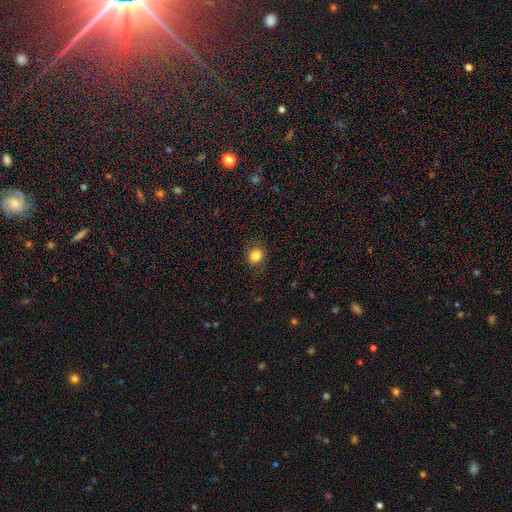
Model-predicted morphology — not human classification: smooth 83%, star or artifact 11%, featured or disk 5%. Down the decision tree: how rounded — round (77%); merging — none (86%).